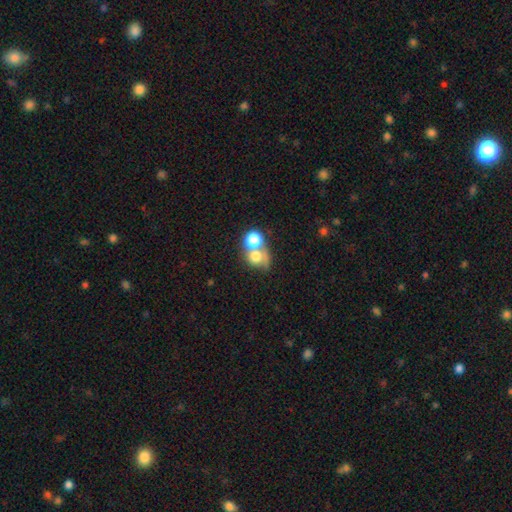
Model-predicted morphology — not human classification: Q: Smooth or featured?
A: smooth (66%); runner-up: featured or disk (21%)
Q: How rounded?
A: round (73%); runner-up: in between (26%)
Q: Merging?
A: merger (61%); runner-up: none (24%)